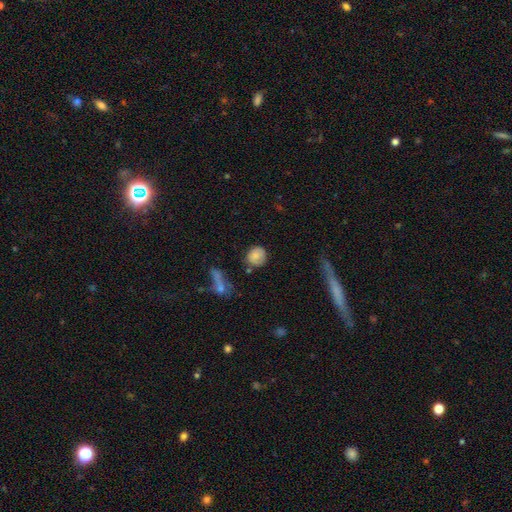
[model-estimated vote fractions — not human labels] smooth 77%, featured or disk 14%, star or artifact 9%. Down the decision tree: how rounded — round (80%); merging — none (69%).